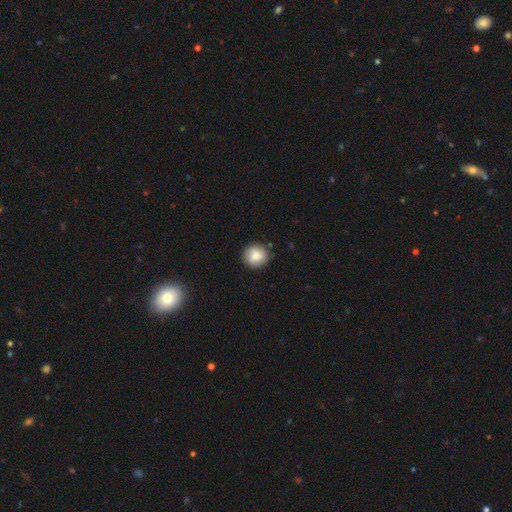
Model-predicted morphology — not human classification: Smooth or featured?
  - smooth: 84% *
  - featured or disk: 9%
  - star or artifact: 8%
How rounded?
  - round: 87% *
  - in between: 12%
  - cigar-shaped: 1%
Merging?
  - none: 84% *
  - minor disturbance: 12%
  - major disturbance: 2%
  - merger: 1%